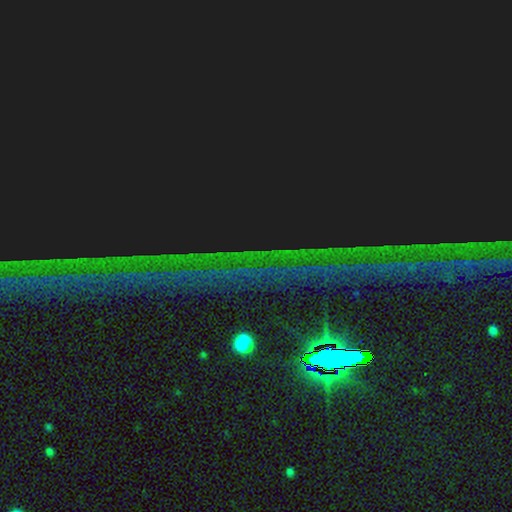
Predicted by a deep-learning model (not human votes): star or artifact 88%, featured or disk 6%, smooth 5%.